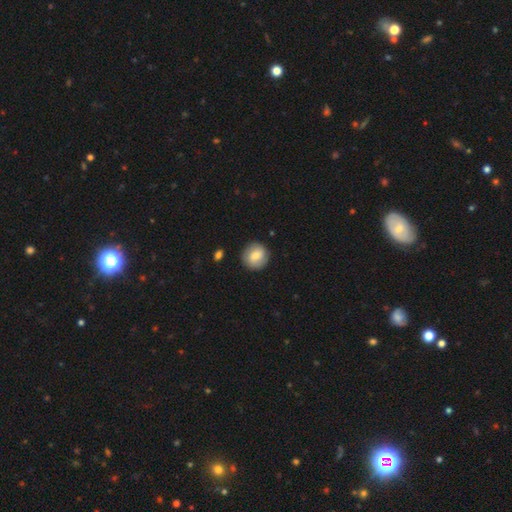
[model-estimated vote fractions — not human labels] Smooth or featured?
  - smooth: 72% *
  - featured or disk: 21%
  - star or artifact: 7%
How rounded?
  - round: 89% *
  - in between: 10%
  - cigar-shaped: 1%
Merging?
  - none: 87% *
  - minor disturbance: 9%
  - major disturbance: 3%
  - merger: 1%